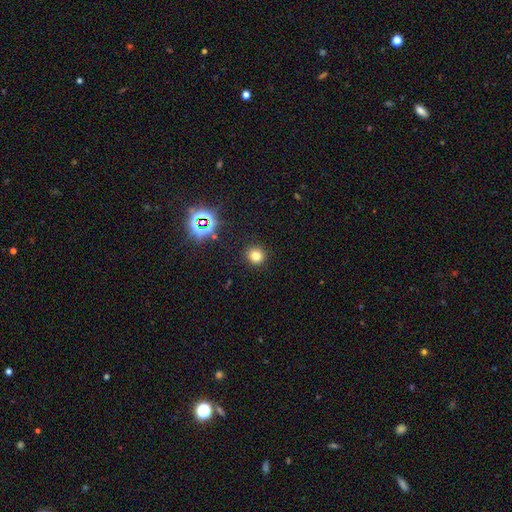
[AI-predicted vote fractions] smooth_or_featured: smooth (p=0.74) [alt: star or artifact p=0.19]
how_rounded: round (p=0.91) [alt: in between p=0.08]
merging: none (p=0.91) [alt: minor disturbance p=0.06]